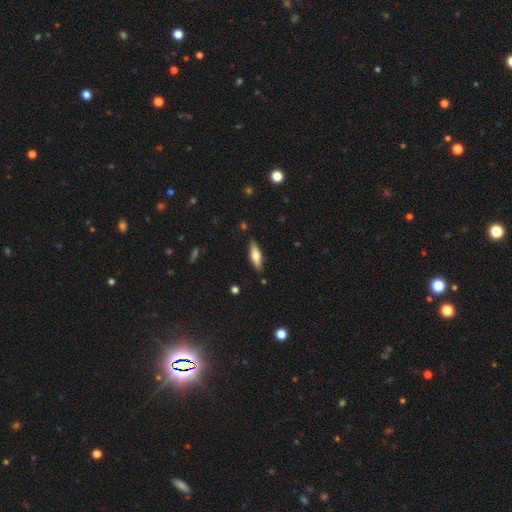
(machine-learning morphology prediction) smooth_or_featured: smooth (p=0.59) [alt: featured or disk p=0.35]
how_rounded: cigar-shaped (p=0.56) [alt: in between p=0.42]
merging: none (p=0.86) [alt: minor disturbance p=0.10]